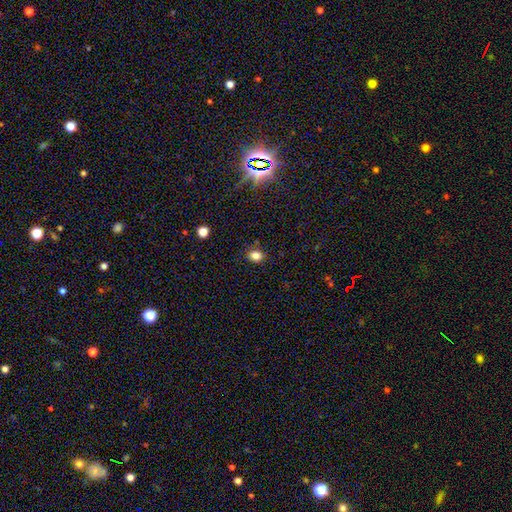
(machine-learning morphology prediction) smooth 83%, star or artifact 12%, featured or disk 5%. Down the decision tree: how rounded — in between (52%); merging — none (86%).